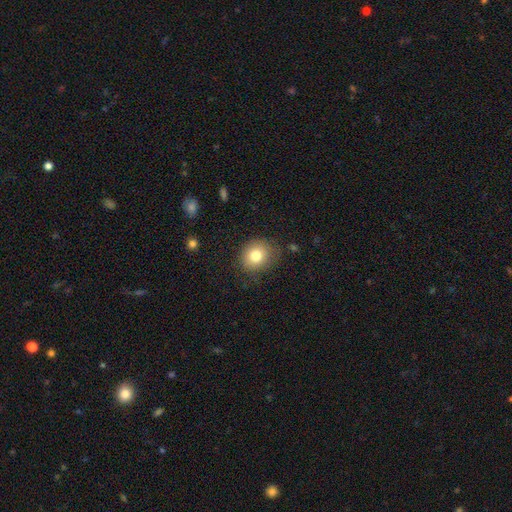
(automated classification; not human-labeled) smooth_or_featured: smooth (p=0.79) [alt: star or artifact p=0.10]
how_rounded: round (p=0.72) [alt: in between p=0.27]
merging: none (p=0.79) [alt: minor disturbance p=0.15]